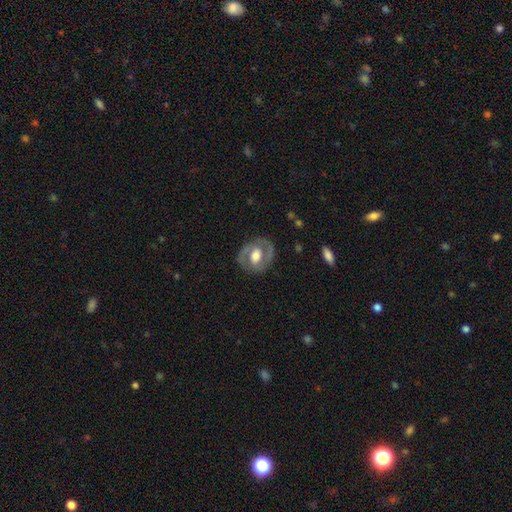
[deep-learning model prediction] Smooth or featured: featured or disk — 69% (smooth — 26%)
Edge-on disk: no — 96% (yes — 4%)
Bar: no — 45% (weak — 37%)
Spiral arms: yes — 63% (no — 37%)
Bulge size: moderate — 49% (large — 40%)
Merging: none — 80% (minor disturbance — 13%)